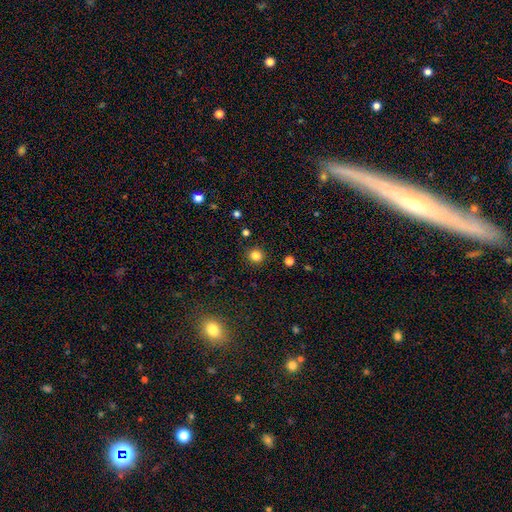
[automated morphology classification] Smooth or featured: smooth — 83% (star or artifact — 13%)
How rounded: round — 89% (in between — 10%)
Merging: none — 91% (minor disturbance — 6%)